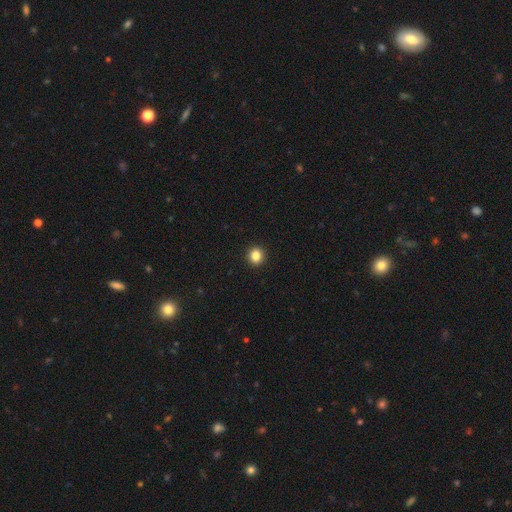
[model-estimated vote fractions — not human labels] The model was most divided on "smooth or featured": smooth: 85%, star or artifact: 11%, featured or disk: 4%. More confident: merging — none (93%); how rounded — round (89%).